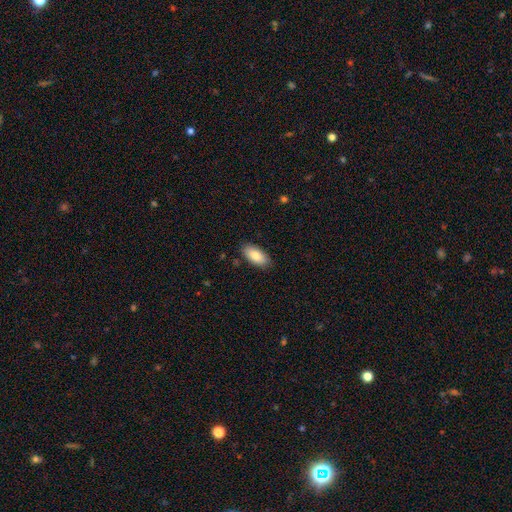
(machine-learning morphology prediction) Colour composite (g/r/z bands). It shows a smooth galaxy with no disk features (85%) that is in between round and cigar-shaped (93%). Merging: none (87%).